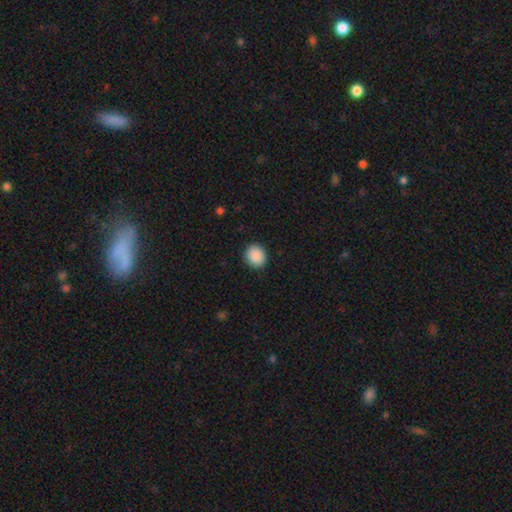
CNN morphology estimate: smooth_or_featured: smooth (p=0.90) [alt: star or artifact p=0.08]
how_rounded: round (p=0.79) [alt: in between p=0.21]
merging: none (p=0.90) [alt: minor disturbance p=0.07]